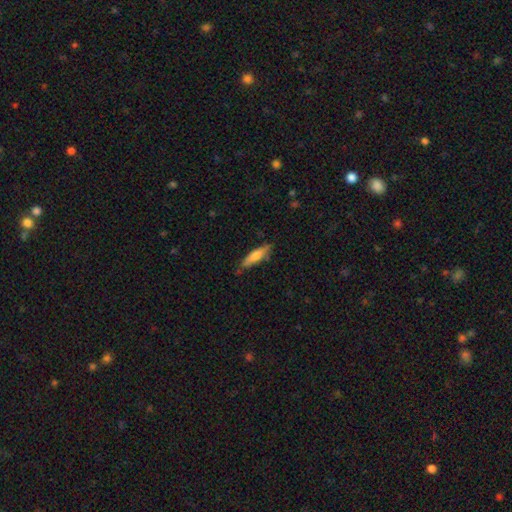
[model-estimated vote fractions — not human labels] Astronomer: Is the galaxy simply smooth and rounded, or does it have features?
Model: smooth — 65%.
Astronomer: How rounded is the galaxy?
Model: cigar-shaped — 73%.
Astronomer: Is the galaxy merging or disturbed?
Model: none — 75%.